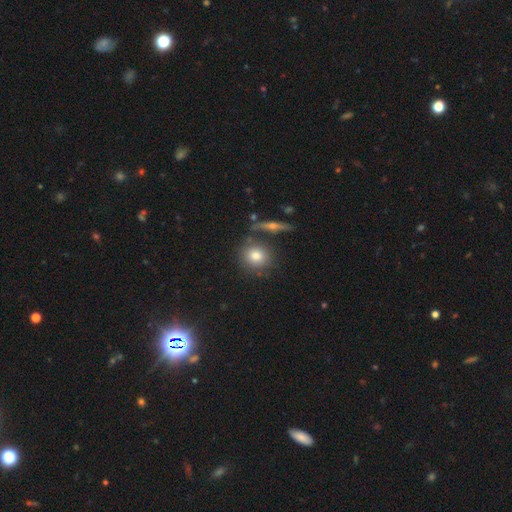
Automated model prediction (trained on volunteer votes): The model was most divided on "smooth or featured": smooth: 76%, featured or disk: 14%, star or artifact: 10%. More confident: how rounded — round (83%); merging — none (75%).